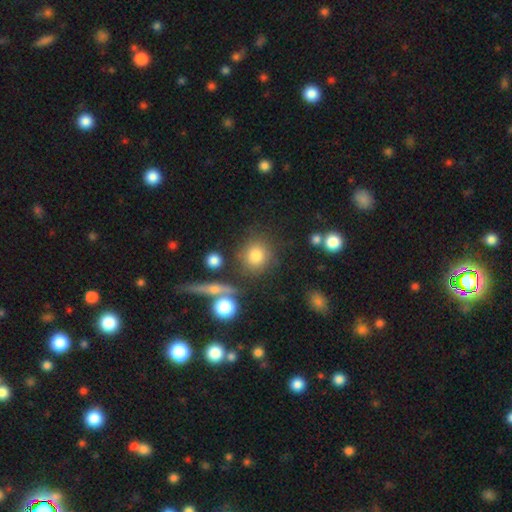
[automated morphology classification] A smooth galaxy with no disk features (77%) that is round (86%). Merging: none (75%).